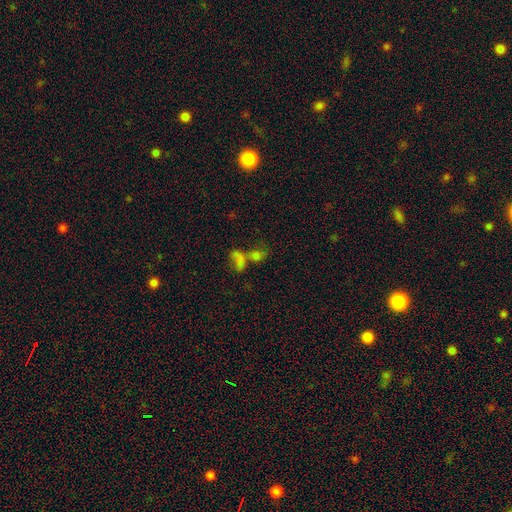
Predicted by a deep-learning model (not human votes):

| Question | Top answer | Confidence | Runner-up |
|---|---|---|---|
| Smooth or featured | smooth | 66% | star or artifact (18%) |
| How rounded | in between | 65% | round (28%) |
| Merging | merger | 58% | none (24%) |